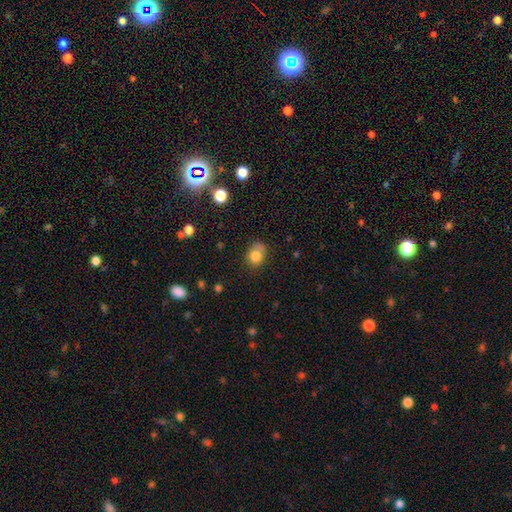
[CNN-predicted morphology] Smooth or featured? Predicted: smooth (p=0.80). How rounded? Predicted: round (p=0.56). Merging? Predicted: none (p=0.54).